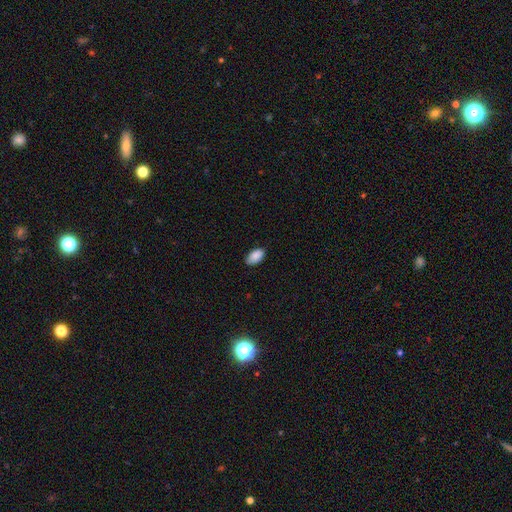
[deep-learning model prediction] Q: Smooth or featured?
A: smooth (89%); runner-up: star or artifact (7%)
Q: How rounded?
A: in between (95%); runner-up: round (4%)
Q: Merging?
A: none (82%); runner-up: minor disturbance (15%)